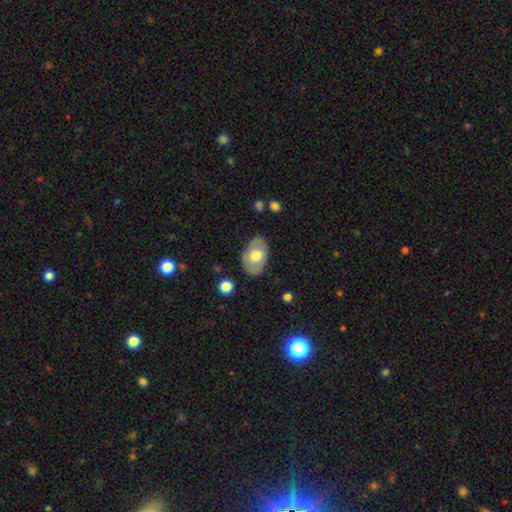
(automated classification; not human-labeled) Smooth or featured? smooth (58%)
How rounded? in between (88%)
Merging? none (80%)